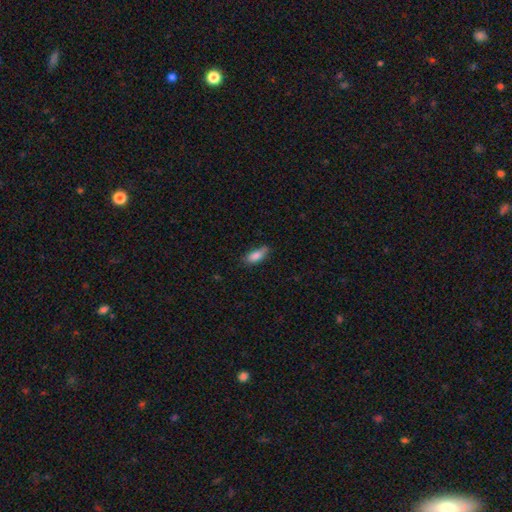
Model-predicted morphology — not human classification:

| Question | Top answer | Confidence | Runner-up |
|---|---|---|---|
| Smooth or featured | smooth | 84% | featured or disk (8%) |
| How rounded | in between | 79% | cigar-shaped (19%) |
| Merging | none | 60% | minor disturbance (29%) |